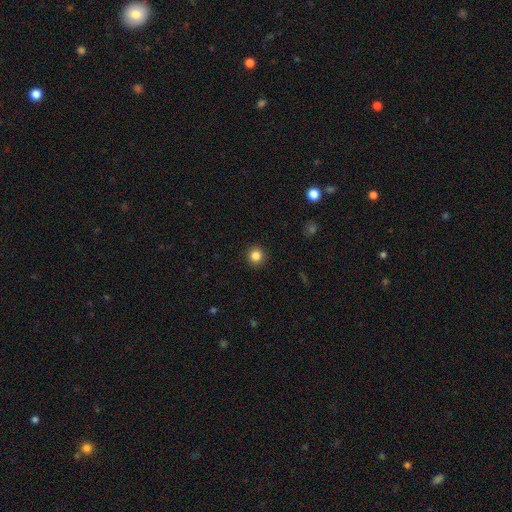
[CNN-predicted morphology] A smooth galaxy with no disk features (85%) that is round (94%). Merging: none (92%).